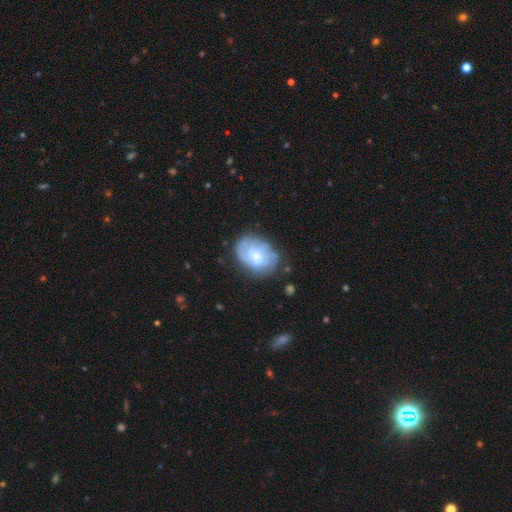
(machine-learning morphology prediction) Smooth or featured? featured or disk (61%)
Edge-on disk? no (97%)
Bar? no (66%)
Spiral arms? yes (83%)
Bulge size? small (52%)
Merging? none (69%)